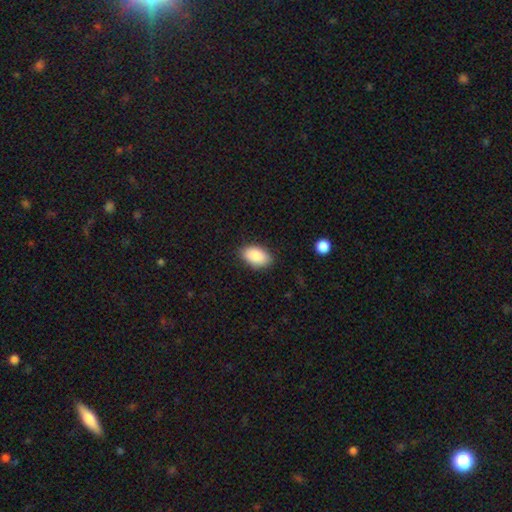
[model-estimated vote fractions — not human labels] A smooth galaxy with no disk features (89%) that is in between round and cigar-shaped (93%). Merging: none (84%).